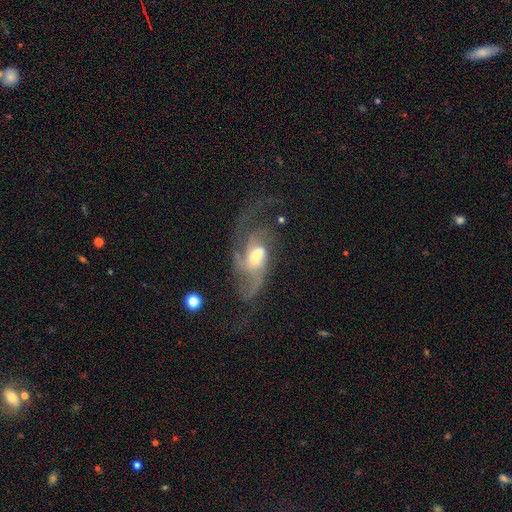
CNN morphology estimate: A featured or disk galaxy (78%) with no bar (44%), 2 (34%) loose (46%) spiral arms (87%) and a moderate central bulge (55%). Merging: major disturbance (42%).